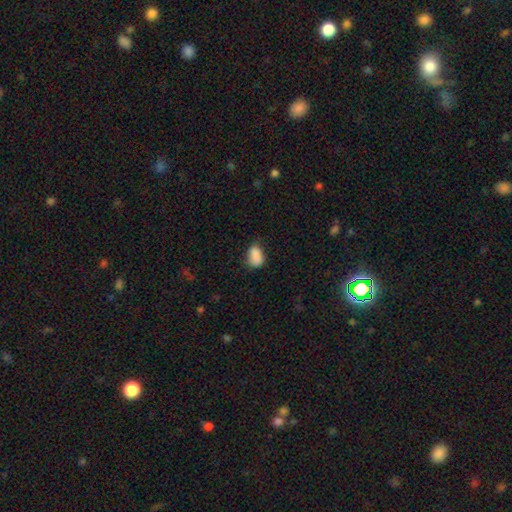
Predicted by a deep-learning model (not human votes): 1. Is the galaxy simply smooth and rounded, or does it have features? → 86% smooth, 9% star or artifact, 5% featured or disk.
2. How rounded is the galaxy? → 86% in between, 12% round, 2% cigar-shaped.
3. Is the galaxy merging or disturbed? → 53% none, 35% minor disturbance, 8% major disturbance, 3% merger.